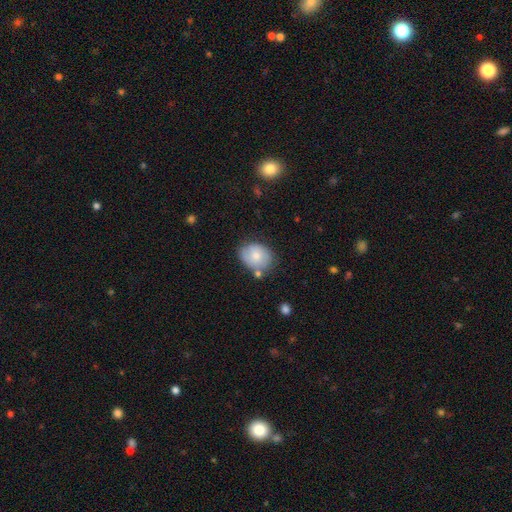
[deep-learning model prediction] smooth 61%, featured or disk 32%, star or artifact 7%. Down the decision tree: how rounded — in between (50%); merging — none (61%).